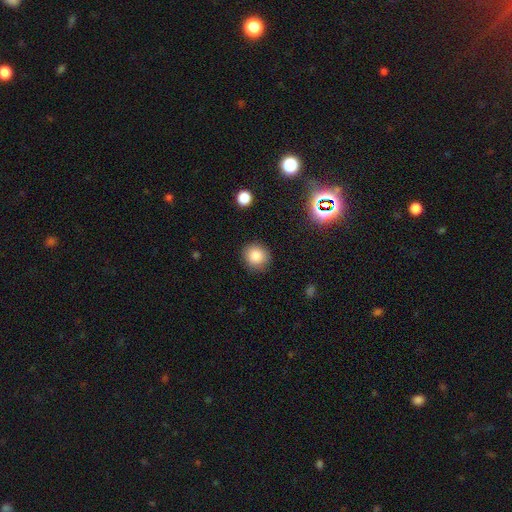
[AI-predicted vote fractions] Smooth or featured? smooth (84%)
How rounded? round (86%)
Merging? none (87%)